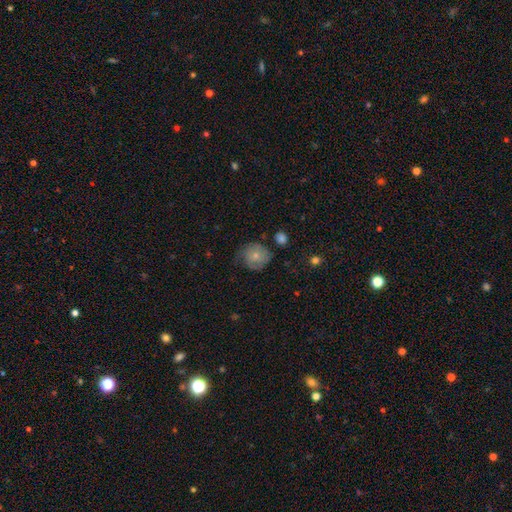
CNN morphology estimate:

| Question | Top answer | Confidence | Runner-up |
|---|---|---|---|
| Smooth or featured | smooth | 66% | featured or disk (26%) |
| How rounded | round | 82% | in between (17%) |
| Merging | none | 53% | minor disturbance (31%) |